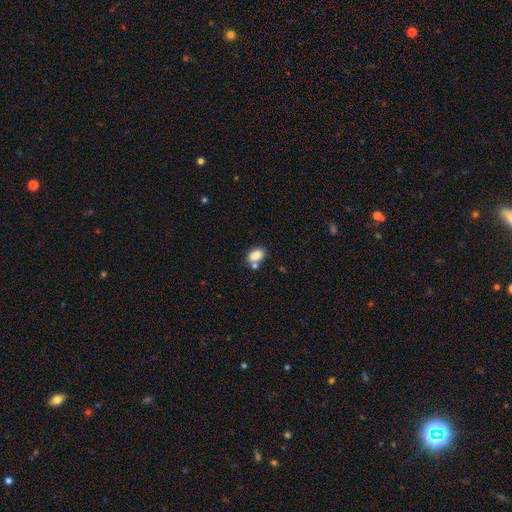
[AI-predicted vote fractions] Morphology: type=smooth (86%); roundness=in between (81%); merging=none (60%).